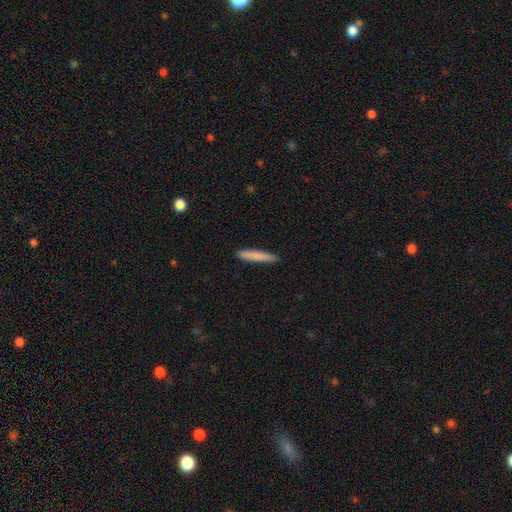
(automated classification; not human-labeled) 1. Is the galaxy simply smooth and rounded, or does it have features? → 82% smooth, 13% featured or disk, 6% star or artifact.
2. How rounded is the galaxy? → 94% cigar-shaped, 5% in between, 1% round.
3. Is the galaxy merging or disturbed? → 90% none, 7% minor disturbance, 1% major disturbance, 1% merger.